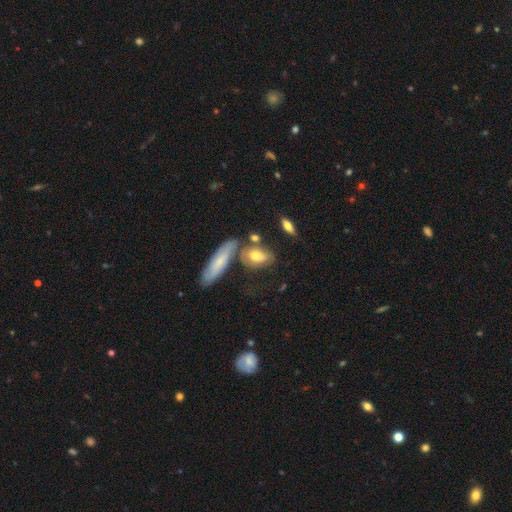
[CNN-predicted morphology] smooth-or-featured: smooth: 66% | featured or disk: 26% | star or artifact: 8%
  how-rounded: in between: 76% | cigar-shaped: 15% | round: 9%
  merging: none: 55% | merger: 21% | minor disturbance: 18% | major disturbance: 7%